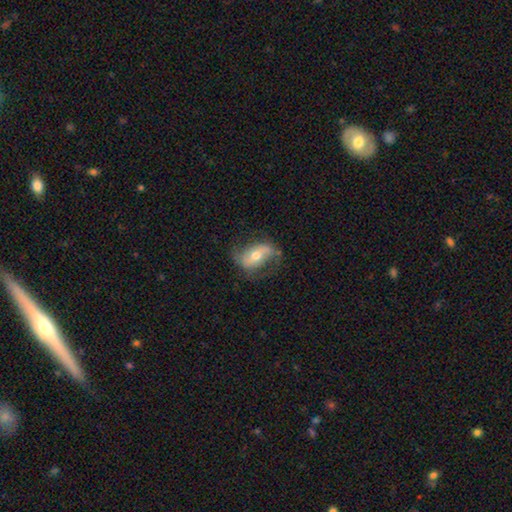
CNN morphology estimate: This appears to be a featured or disk galaxy (65%) with a strong bar (36%), spiral arms (80%) and a moderate central bulge (63%). Merging: none (65%).